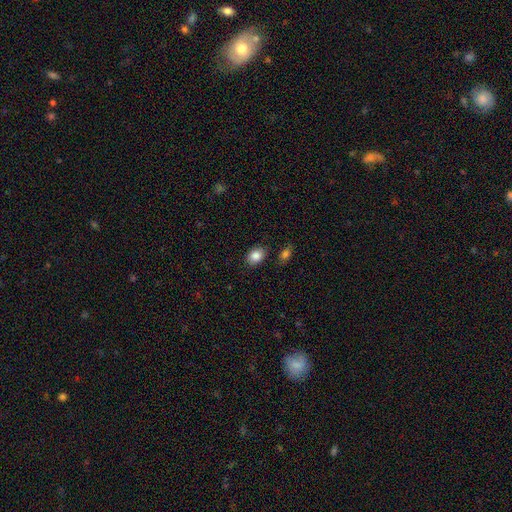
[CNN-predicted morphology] Smooth or featured: smooth — 86% (star or artifact — 8%)
How rounded: in between — 69% (round — 29%)
Merging: none — 84% (minor disturbance — 10%)